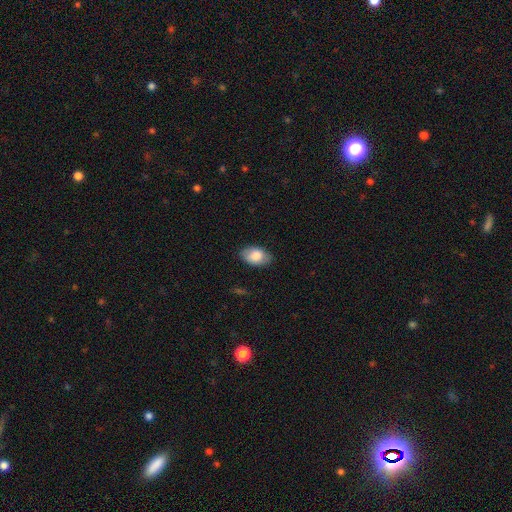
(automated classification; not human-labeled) smooth-or-featured: smooth: 80% | featured or disk: 14% | star or artifact: 7%
  how-rounded: in between: 91% | round: 7% | cigar-shaped: 1%
  merging: none: 81% | minor disturbance: 15% | major disturbance: 3% | merger: 1%